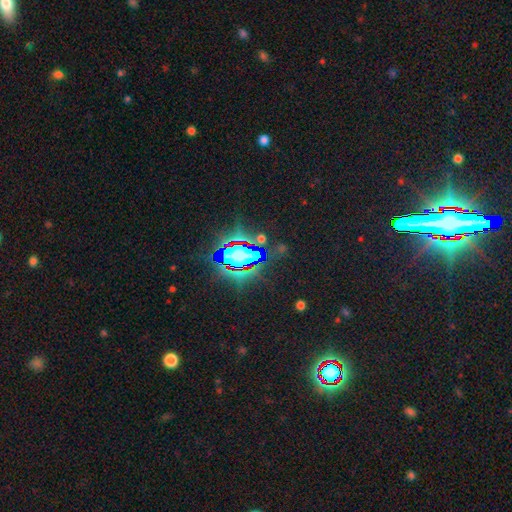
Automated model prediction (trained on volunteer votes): Overall: star or artifact (78%).